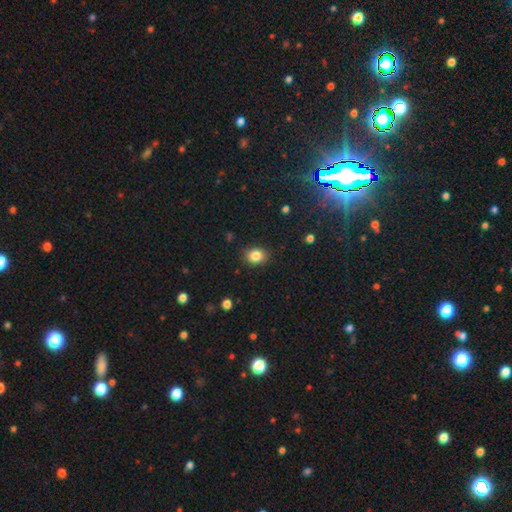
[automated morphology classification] Overall: smooth (85%). How rounded: in between (50%; round 49%). Merging: none (86%).